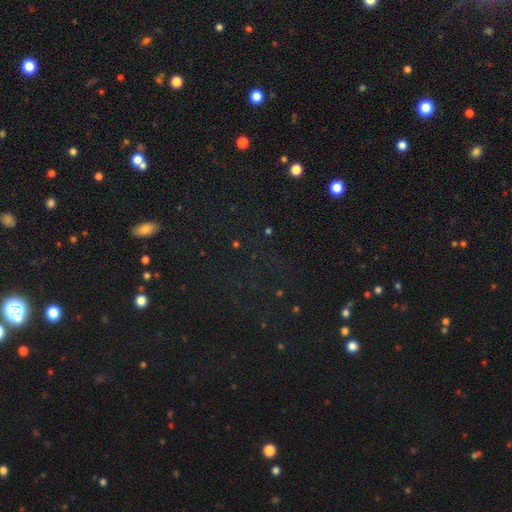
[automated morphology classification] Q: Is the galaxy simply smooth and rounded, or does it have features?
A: star or artifact — 68%.